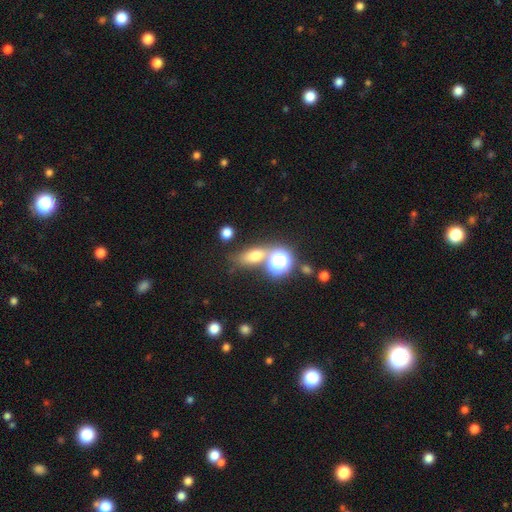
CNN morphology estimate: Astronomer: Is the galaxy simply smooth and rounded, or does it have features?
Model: smooth — 63%.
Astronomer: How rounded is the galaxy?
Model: in between — 61%.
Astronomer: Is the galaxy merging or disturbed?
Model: none — 60%.